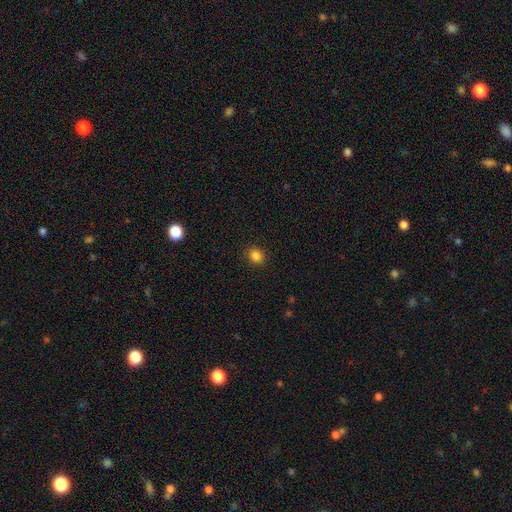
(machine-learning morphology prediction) smooth-or-featured: smooth: 84% | star or artifact: 12% | featured or disk: 4%
  how-rounded: round: 71% | in between: 28% | cigar-shaped: 1%
  merging: none: 89% | minor disturbance: 7% | major disturbance: 2% | merger: 1%